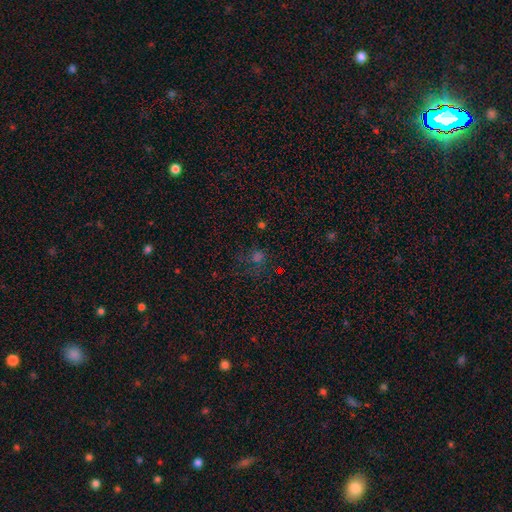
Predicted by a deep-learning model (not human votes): A star or artifact, not a galaxy (61%).